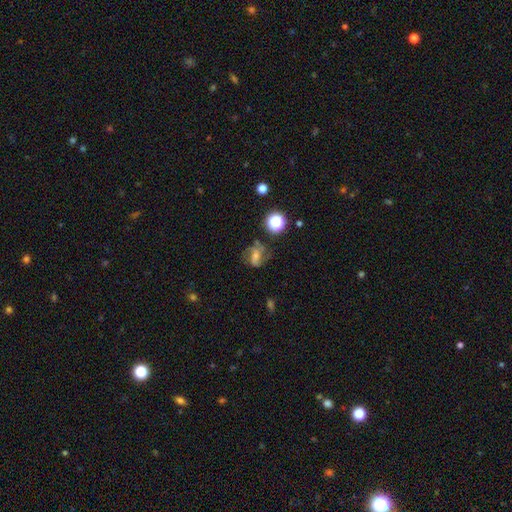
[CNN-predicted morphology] featured or disk 64%, smooth 19%, star or artifact 17%. Down the decision tree: edge-on disk — no (96%); bar — weak (43%); spiral arms — yes (90%); spiral arm count — 2 (68%); spiral winding — medium (48%); bulge size — moderate (44%); merging — none (67%).